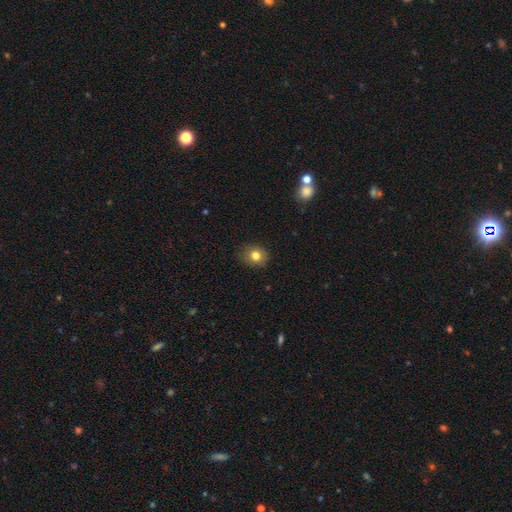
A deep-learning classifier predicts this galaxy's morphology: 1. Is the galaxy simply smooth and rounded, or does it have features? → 80% smooth, 11% star or artifact, 9% featured or disk.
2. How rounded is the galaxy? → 67% round, 32% in between, 1% cigar-shaped.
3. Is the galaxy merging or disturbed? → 85% none, 11% minor disturbance, 3% major disturbance, 1% merger.